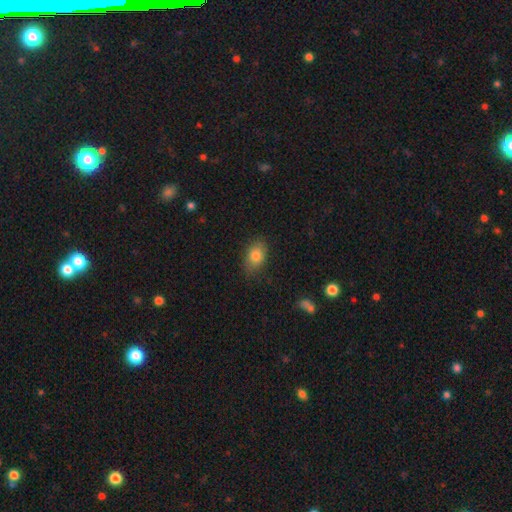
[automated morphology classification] A smooth galaxy with no disk features (80%) that is in between round and cigar-shaped (82%).

Vote fractions:
- Smooth or featured? smooth: 80% / featured or disk: 11% / star or artifact: 9%
- How rounded? in between: 82% / round: 16% / cigar-shaped: 2%
- Merging? none: 81% / minor disturbance: 14% / major disturbance: 3% / merger: 1%